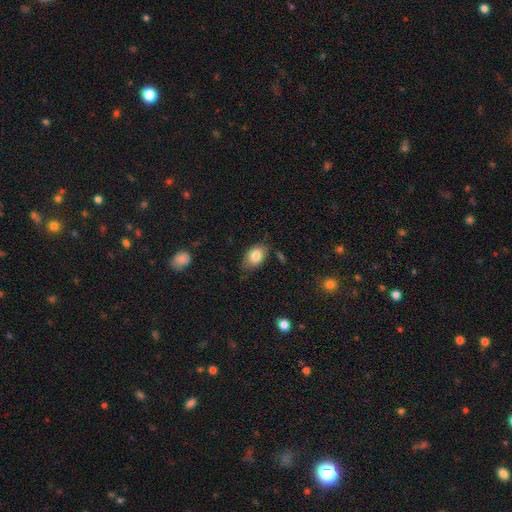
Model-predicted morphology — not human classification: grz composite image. It shows a smooth galaxy with no disk features (81%) that is in between round and cigar-shaped (88%). Merging: none (73%).